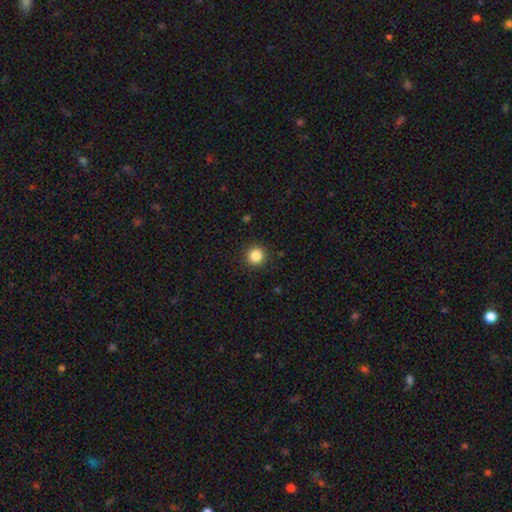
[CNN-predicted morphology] Smooth or featured?
  - smooth: 85% *
  - star or artifact: 11%
  - featured or disk: 4%
How rounded?
  - round: 94% *
  - in between: 5%
  - cigar-shaped: 1%
Merging?
  - none: 92% *
  - minor disturbance: 5%
  - major disturbance: 2%
  - merger: 1%